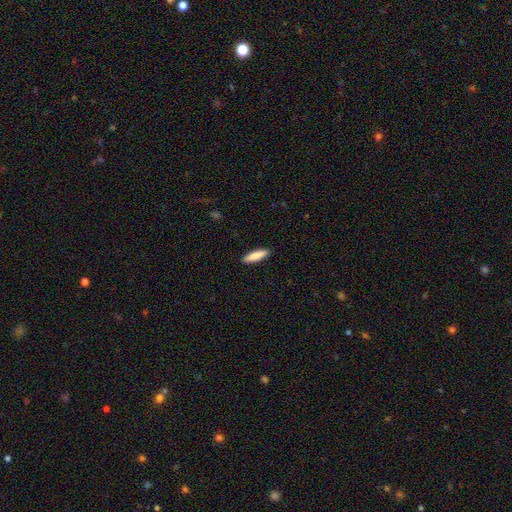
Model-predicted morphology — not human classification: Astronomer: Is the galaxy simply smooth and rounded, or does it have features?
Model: smooth — 84%.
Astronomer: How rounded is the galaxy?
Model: cigar-shaped — 69%.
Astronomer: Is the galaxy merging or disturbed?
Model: none — 91%.